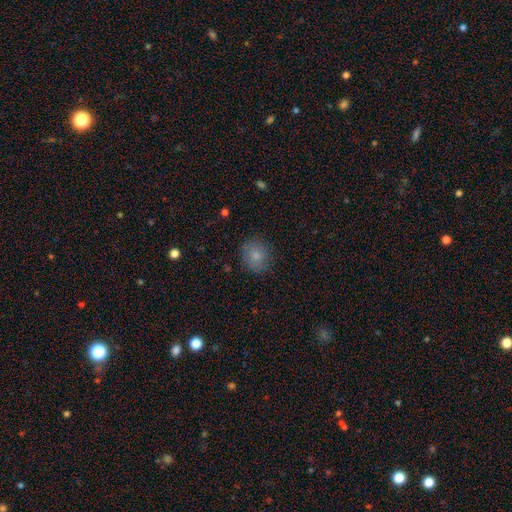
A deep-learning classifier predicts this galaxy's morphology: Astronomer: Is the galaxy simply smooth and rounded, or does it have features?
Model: smooth — 81%.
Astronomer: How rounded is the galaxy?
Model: round — 78%.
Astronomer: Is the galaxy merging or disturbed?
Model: none — 83%.